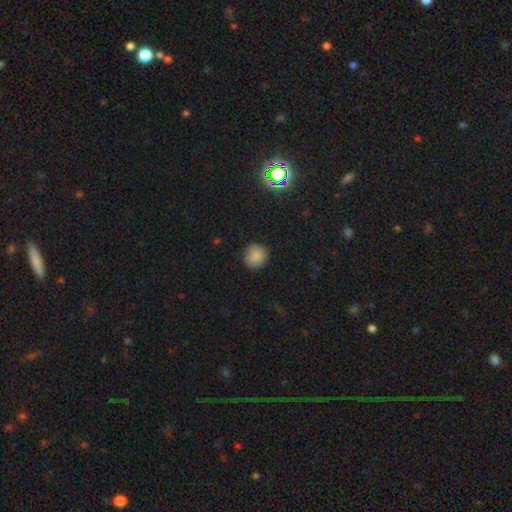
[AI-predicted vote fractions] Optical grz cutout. It shows a smooth galaxy with no disk features (85%) that is round (87%). Merging: none (84%).